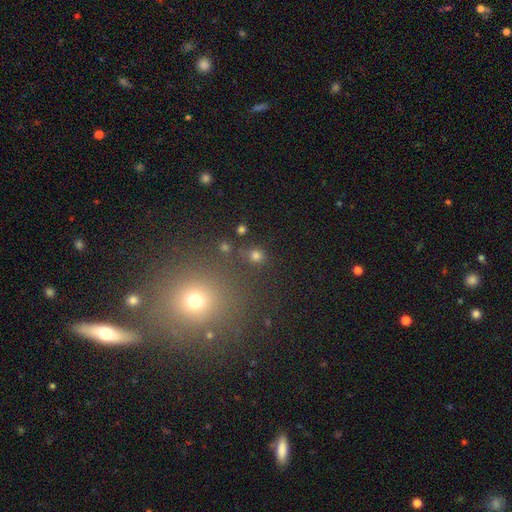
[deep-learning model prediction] Smooth or featured? smooth (70%)
How rounded? round (82%)
Merging? none (81%)